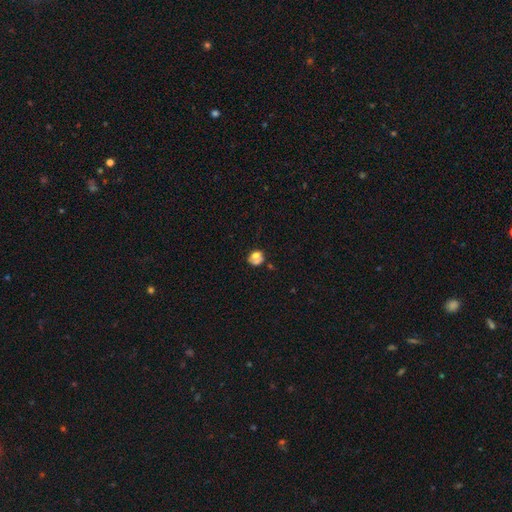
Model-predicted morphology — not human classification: smooth_or_featured: smooth (p=0.56) [alt: featured or disk p=0.31]
how_rounded: round (p=0.59) [alt: in between p=0.40]
merging: none (p=0.40) [alt: merger p=0.25]